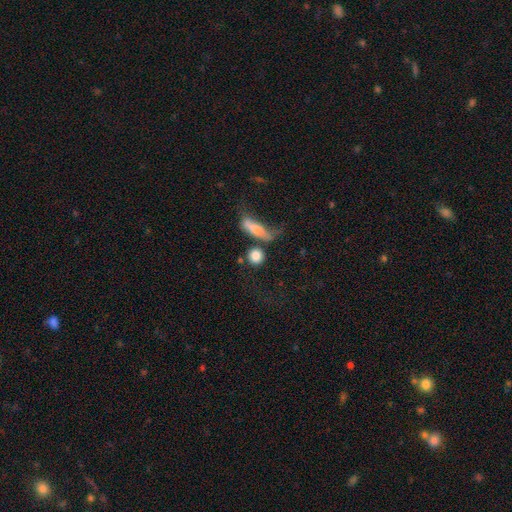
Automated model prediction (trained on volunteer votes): smooth 82%, featured or disk 9%, star or artifact 9%. Down the decision tree: how rounded — round (74%); merging — none (53%).